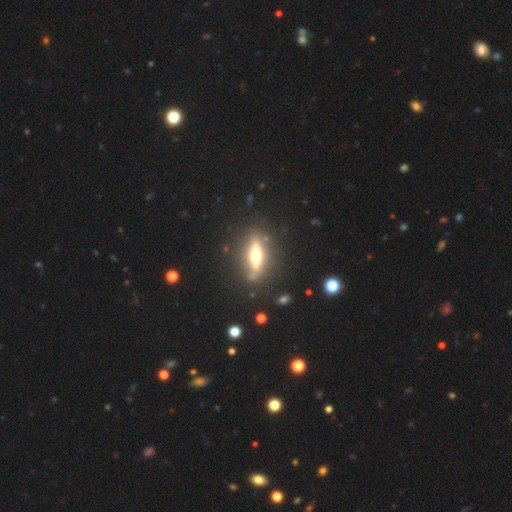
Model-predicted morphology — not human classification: smooth-or-featured: featured or disk: 60% | smooth: 32% | star or artifact: 8%
  disk-edge-on: yes: 84% | no: 16%
    edge-on-bulge: rounded: 94% | boxy: 3% | none: 2%
  merging: none: 83% | minor disturbance: 10% | major disturbance: 4% | merger: 3%